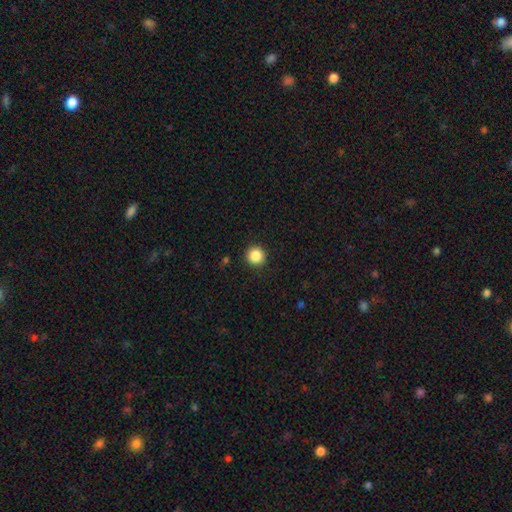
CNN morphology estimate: This is clearly a smooth galaxy (87%). How rounded: clearly round (95%). Merging: clearly none (92%).